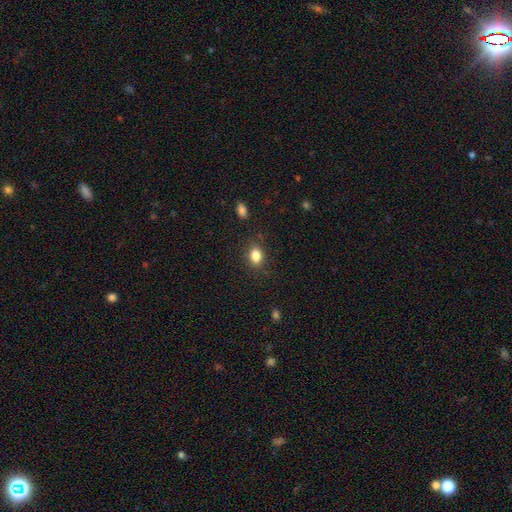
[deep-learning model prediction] Overall: smooth (84%). How rounded: in between (72%). Merging: none (84%).